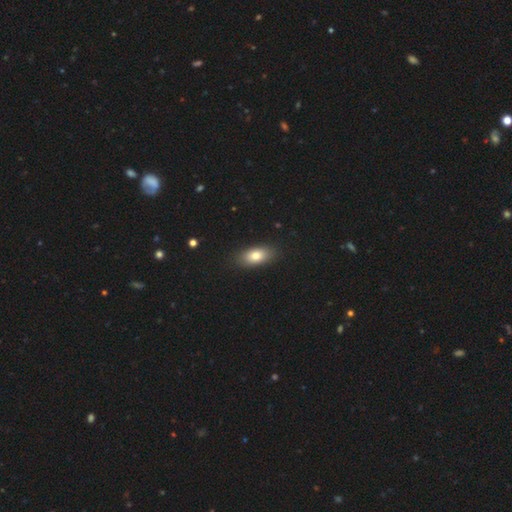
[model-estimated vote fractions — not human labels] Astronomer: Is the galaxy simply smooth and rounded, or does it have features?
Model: smooth — 79%.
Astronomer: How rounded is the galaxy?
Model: in between — 87%.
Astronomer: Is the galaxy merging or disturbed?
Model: none — 87%.